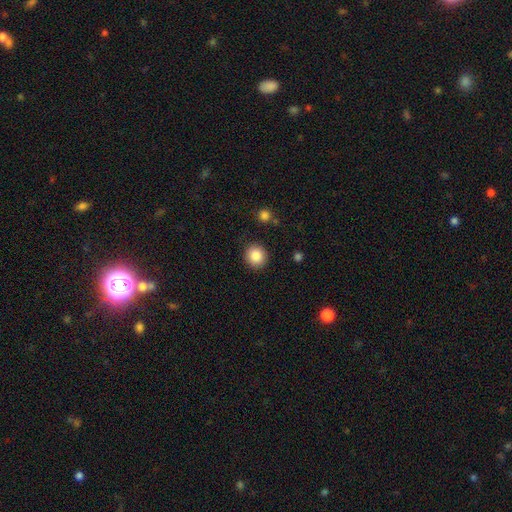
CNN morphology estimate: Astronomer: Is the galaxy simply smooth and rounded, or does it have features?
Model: smooth — 86%.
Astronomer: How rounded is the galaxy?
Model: round — 87%.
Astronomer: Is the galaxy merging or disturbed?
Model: none — 90%.